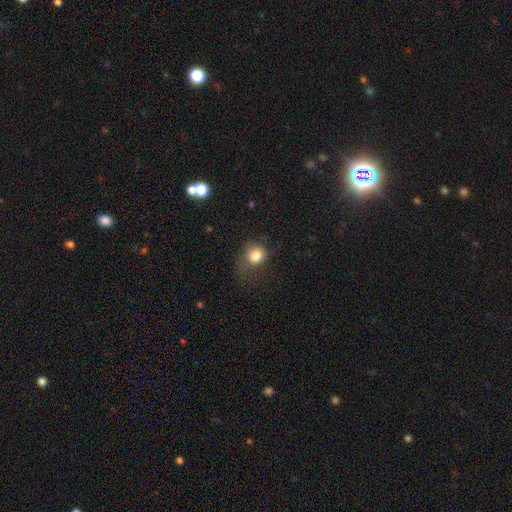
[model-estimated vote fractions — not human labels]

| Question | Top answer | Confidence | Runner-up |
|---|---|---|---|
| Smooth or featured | smooth | 82% | star or artifact (11%) |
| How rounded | round | 73% | in between (26%) |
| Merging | none | 45% | minor disturbance (28%) |